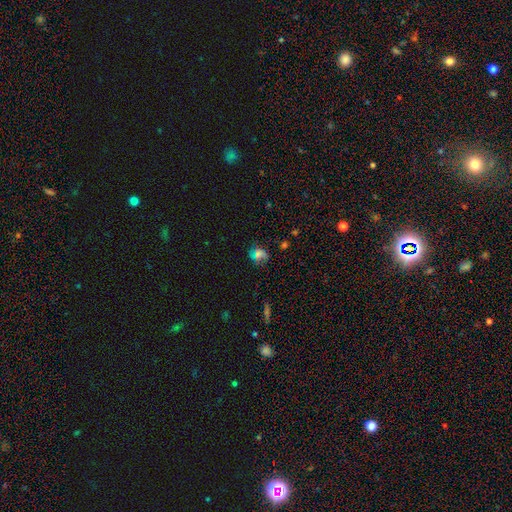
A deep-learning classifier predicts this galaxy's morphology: type=smooth (42%); merging=none (61%).